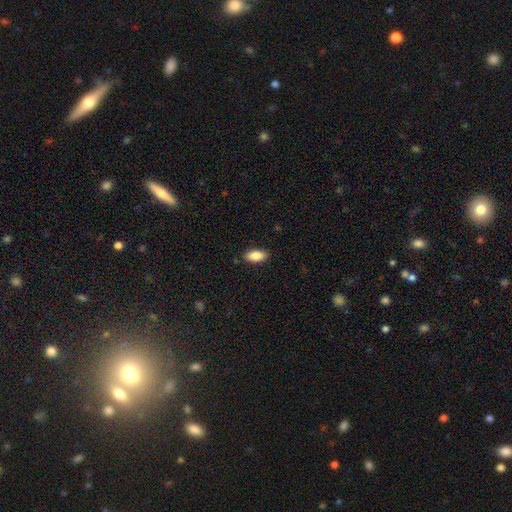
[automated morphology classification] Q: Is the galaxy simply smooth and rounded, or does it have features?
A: smooth — 87%.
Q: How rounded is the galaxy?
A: in between — 91%.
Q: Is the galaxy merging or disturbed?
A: none — 88%.